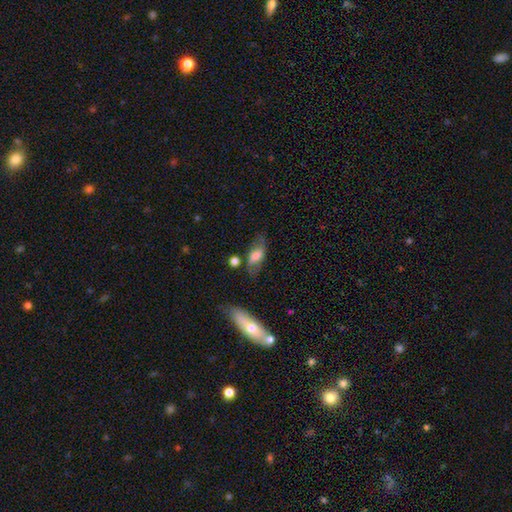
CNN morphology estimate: Smooth or featured? smooth (57%)
How rounded? in between (78%)
Merging? none (63%)